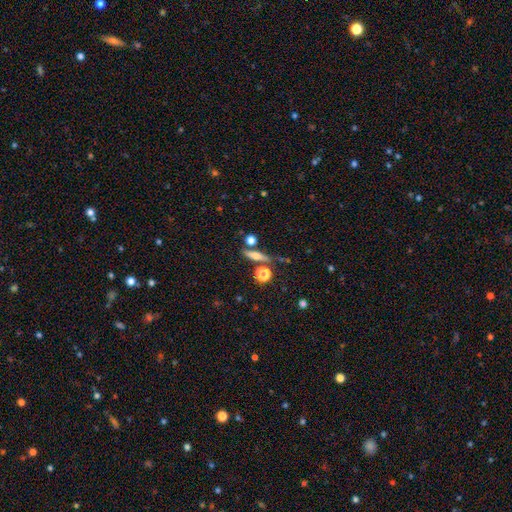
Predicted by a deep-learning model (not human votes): Smooth or featured?
  - smooth: 45% *
  - featured or disk: 44%
  - star or artifact: 11%
Merging?
  - none: 75% *
  - minor disturbance: 11%
  - merger: 11%
  - major disturbance: 4%